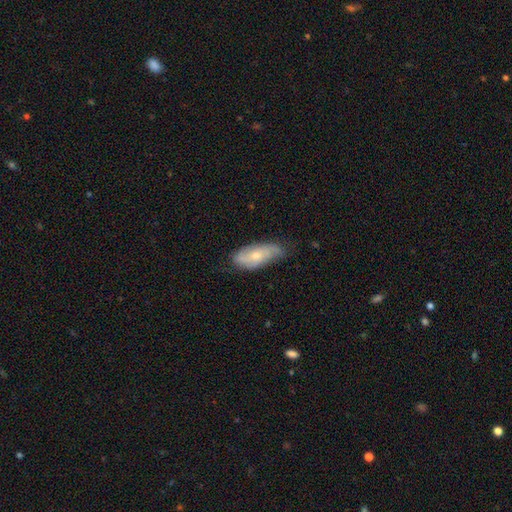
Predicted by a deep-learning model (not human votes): Smooth or featured: featured or disk — 49% (smooth — 44%)
Merging: none — 63% (minor disturbance — 29%)